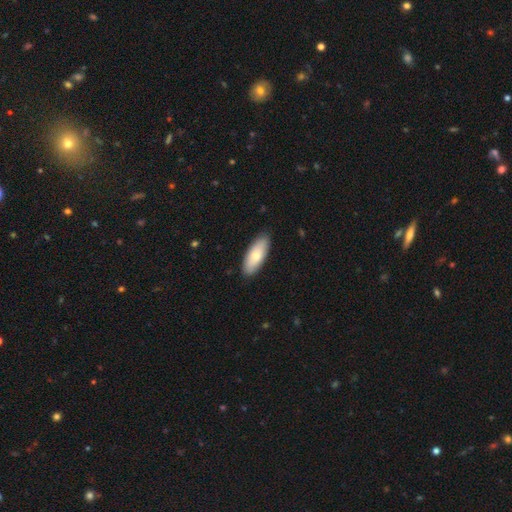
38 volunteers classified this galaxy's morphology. Smooth or featured: smooth — 74% (featured or disk — 24%)
How rounded: in between — 68% (cigar-shaped — 32%)
Merging: none — 89% (minor disturbance — 11%)